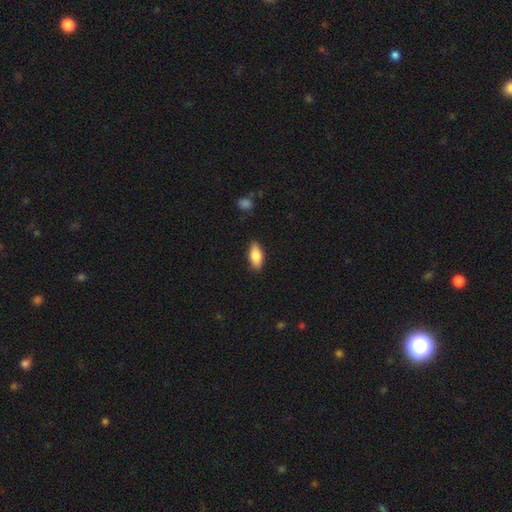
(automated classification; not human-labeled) Q: Smooth or featured?
A: smooth (83%); runner-up: featured or disk (11%)
Q: How rounded?
A: in between (86%); runner-up: cigar-shaped (11%)
Q: Merging?
A: none (87%); runner-up: minor disturbance (10%)